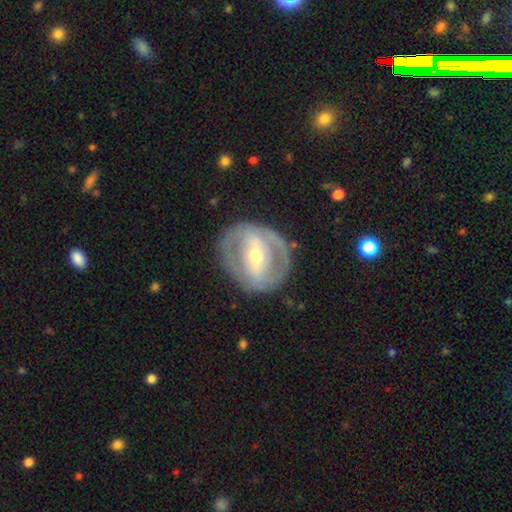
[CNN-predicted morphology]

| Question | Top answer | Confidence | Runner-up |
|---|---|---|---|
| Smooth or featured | featured or disk | 74% | smooth (21%) |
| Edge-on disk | no | 94% | yes (6%) |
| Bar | strong | 49% | weak (31%) |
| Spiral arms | no | 52% | yes (48%) |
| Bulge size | moderate | 55% | small (40%) |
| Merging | none | 78% | minor disturbance (13%) |